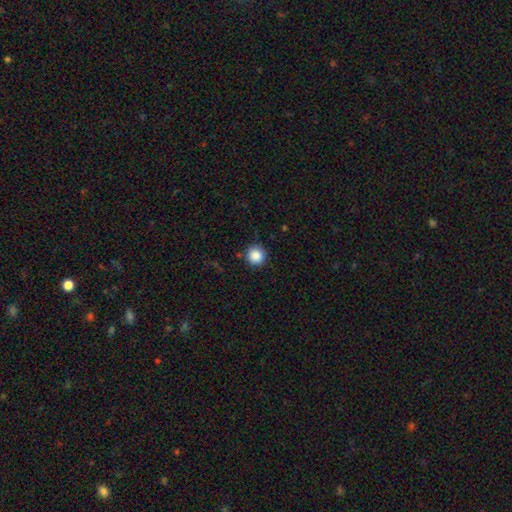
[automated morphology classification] smooth 87%, star or artifact 10%, featured or disk 3%. Down the decision tree: how rounded — round (94%); merging — none (87%).